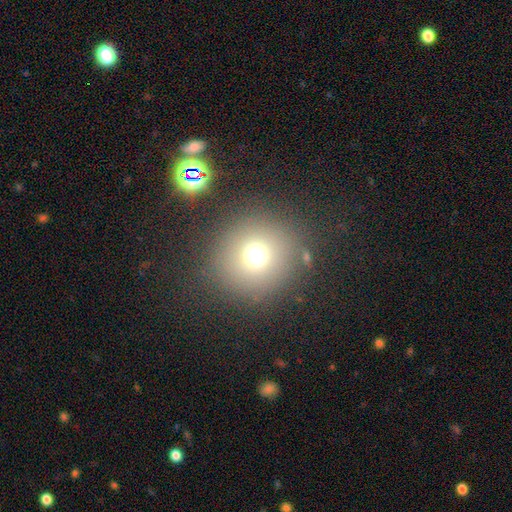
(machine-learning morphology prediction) Smooth or featured? Predicted: smooth (p=0.71). How rounded? Predicted: round (p=0.92). Merging? Predicted: none (p=0.83).